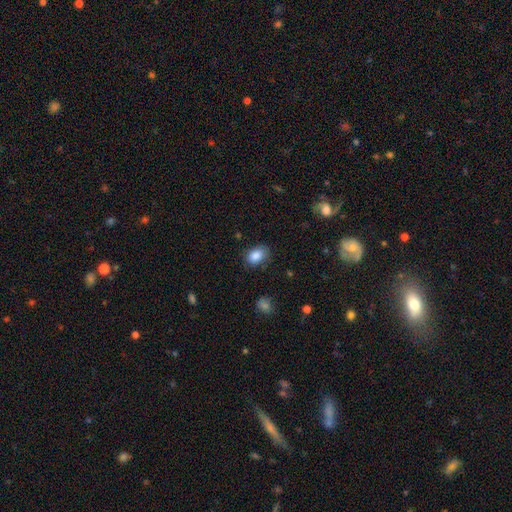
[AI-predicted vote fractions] A smooth galaxy with no disk features (86%) that is in between round and cigar-shaped (77%). Merging: none (78%).